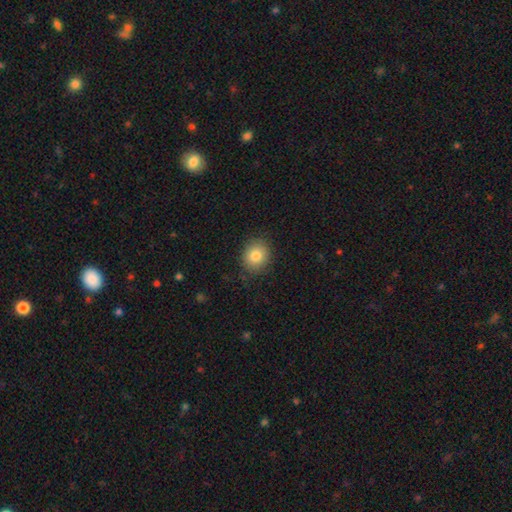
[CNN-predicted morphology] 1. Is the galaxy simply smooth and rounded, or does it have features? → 82% smooth, 10% star or artifact, 8% featured or disk.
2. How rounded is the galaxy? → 72% round, 27% in between, 1% cigar-shaped.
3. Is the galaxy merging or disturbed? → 87% none, 10% minor disturbance, 3% major disturbance, 1% merger.